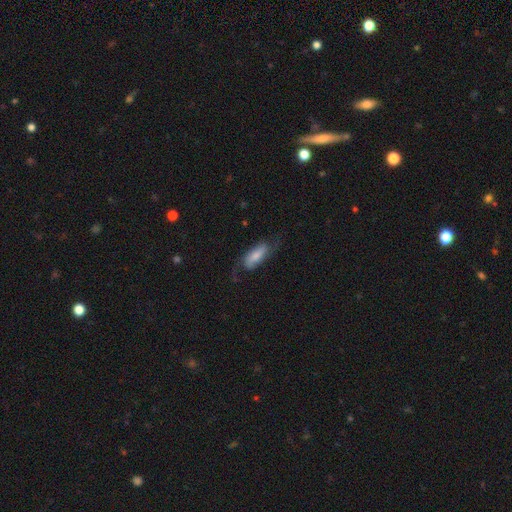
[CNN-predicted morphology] Smooth or featured: smooth — 47% (featured or disk — 45%)
Merging: none — 58% (minor disturbance — 23%)